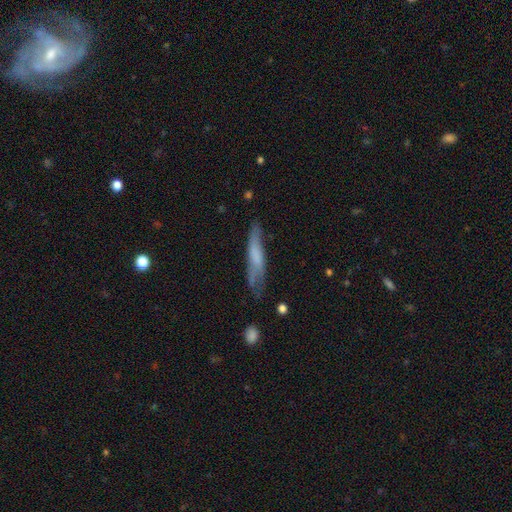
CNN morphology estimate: This is possibly a smooth galaxy (54%). How rounded: clearly cigar-shaped (84%). Merging: possibly none (57%).